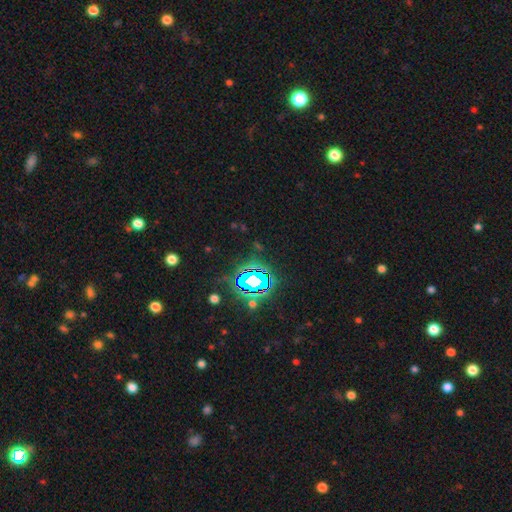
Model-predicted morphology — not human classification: Smooth or featured? star or artifact (80%)